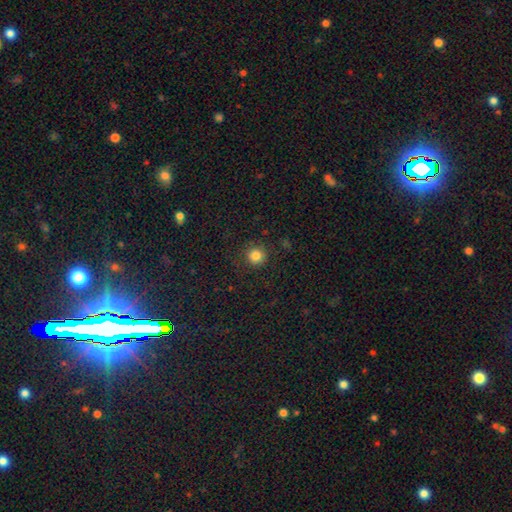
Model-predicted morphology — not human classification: This is clearly a smooth galaxy (83%). How rounded: clearly round (94%). Merging: clearly none (89%).